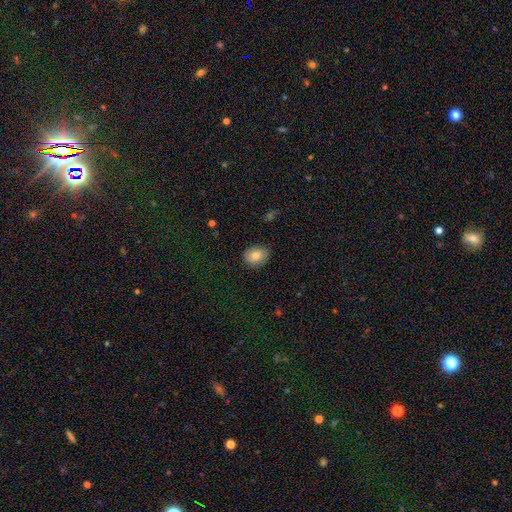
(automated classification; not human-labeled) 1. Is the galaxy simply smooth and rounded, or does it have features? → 83% smooth, 9% featured or disk, 8% star or artifact.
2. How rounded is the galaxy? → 56% in between, 43% round, 1% cigar-shaped.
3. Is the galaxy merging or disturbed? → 83% none, 14% minor disturbance, 3% major disturbance, 1% merger.